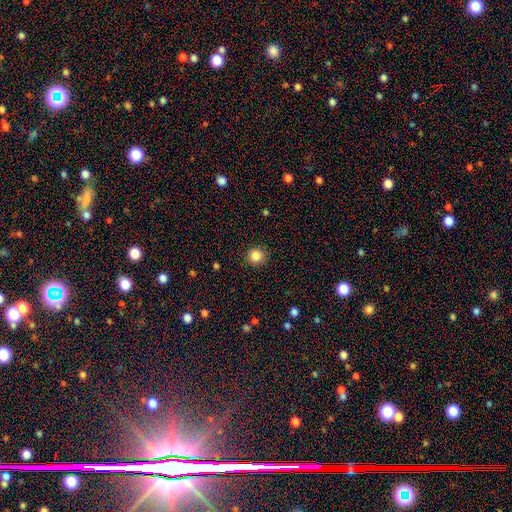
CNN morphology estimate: A smooth galaxy with no disk features (85%) that is round (91%). Merging: none (91%).